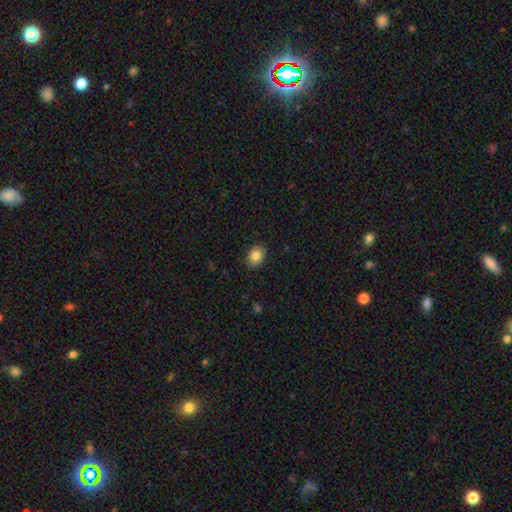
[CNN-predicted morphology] Q: Smooth or featured?
A: smooth (85%); runner-up: star or artifact (8%)
Q: How rounded?
A: in between (61%); runner-up: round (39%)
Q: Merging?
A: none (88%); runner-up: minor disturbance (9%)